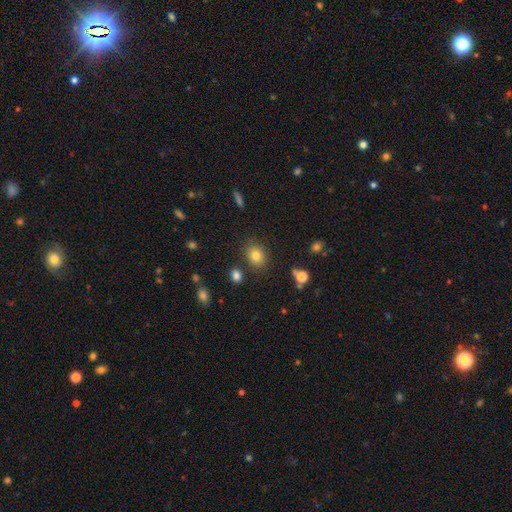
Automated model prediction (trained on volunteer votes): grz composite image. It shows a smooth galaxy with no disk features (81%) that is in between round and cigar-shaped (51%). Merging: none (83%).